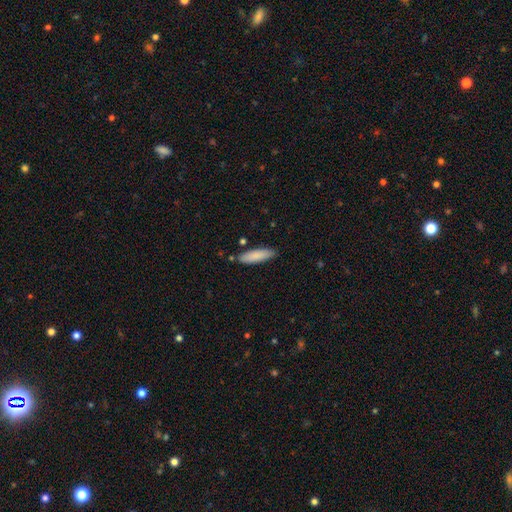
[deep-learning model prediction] Q: Smooth or featured?
A: smooth (87%); runner-up: featured or disk (8%)
Q: How rounded?
A: cigar-shaped (52%); runner-up: in between (47%)
Q: Merging?
A: none (83%); runner-up: minor disturbance (12%)